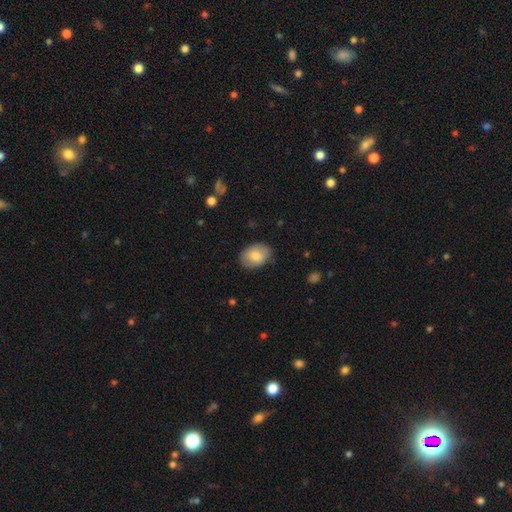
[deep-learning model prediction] smooth-or-featured: smooth: 77% | featured or disk: 17% | star or artifact: 6%
  how-rounded: in between: 78% | round: 21% | cigar-shaped: 1%
  merging: none: 81% | minor disturbance: 15% | major disturbance: 3% | merger: 1%